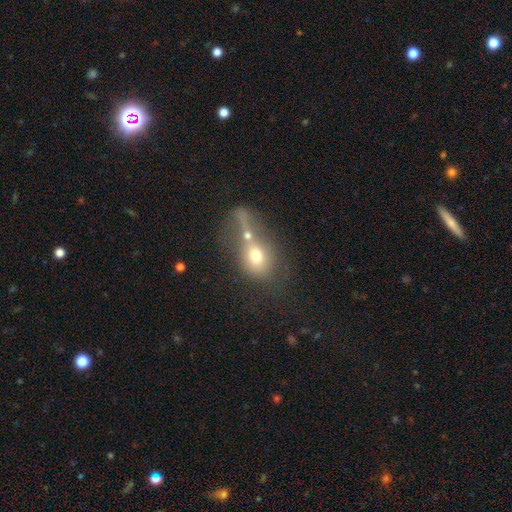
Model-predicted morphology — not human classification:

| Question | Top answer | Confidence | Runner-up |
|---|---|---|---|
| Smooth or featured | smooth | 64% | featured or disk (24%) |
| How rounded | round | 54% | in between (43%) |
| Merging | merger | 57% | none (18%) |